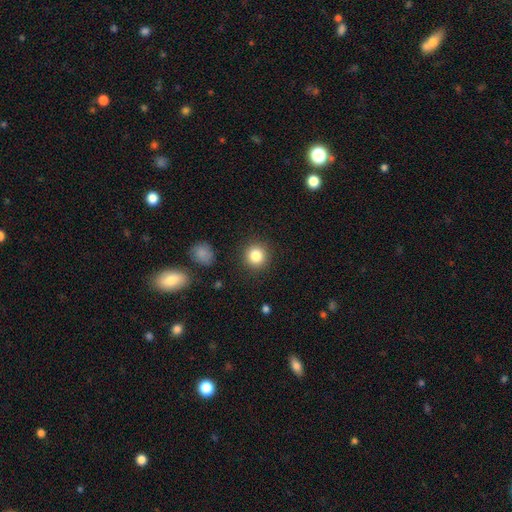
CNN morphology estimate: smooth 84%, star or artifact 10%, featured or disk 6%. Down the decision tree: how rounded — round (93%); merging — none (90%).